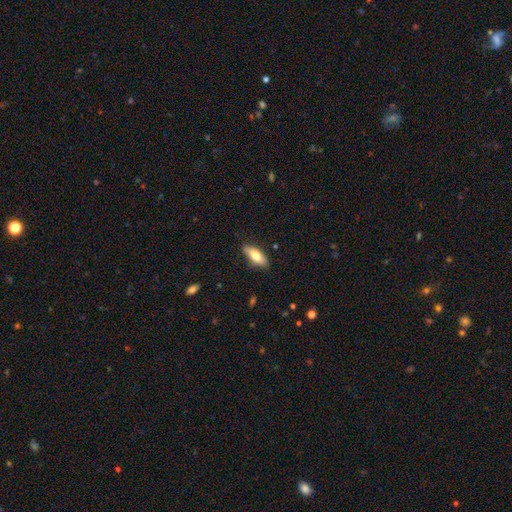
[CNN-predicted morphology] Smooth or featured? smooth (73%)
How rounded? in between (66%)
Merging? none (83%)